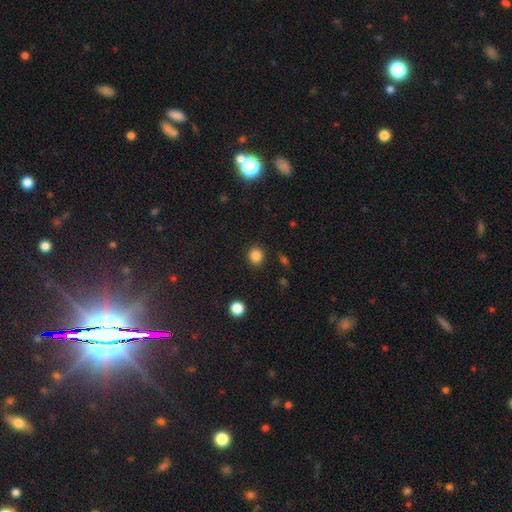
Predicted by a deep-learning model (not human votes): Q: Smooth or featured?
A: smooth (84%); runner-up: star or artifact (12%)
Q: How rounded?
A: round (83%); runner-up: in between (17%)
Q: Merging?
A: none (89%); runner-up: minor disturbance (7%)